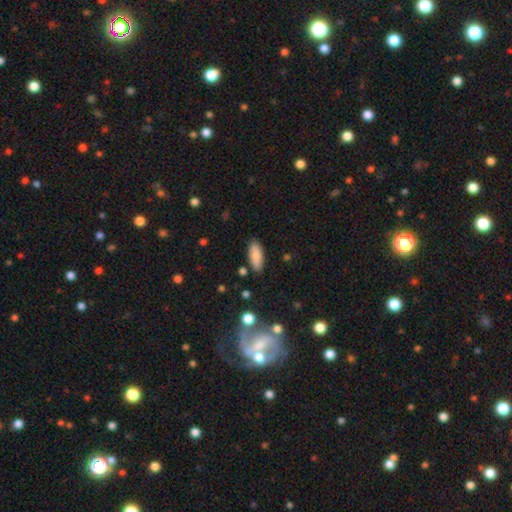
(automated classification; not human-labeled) Smooth or featured?
  - smooth: 85% *
  - featured or disk: 8%
  - star or artifact: 7%
How rounded?
  - in between: 75% *
  - cigar-shaped: 23%
  - round: 2%
Merging?
  - none: 86% *
  - minor disturbance: 10%
  - major disturbance: 2%
  - merger: 2%